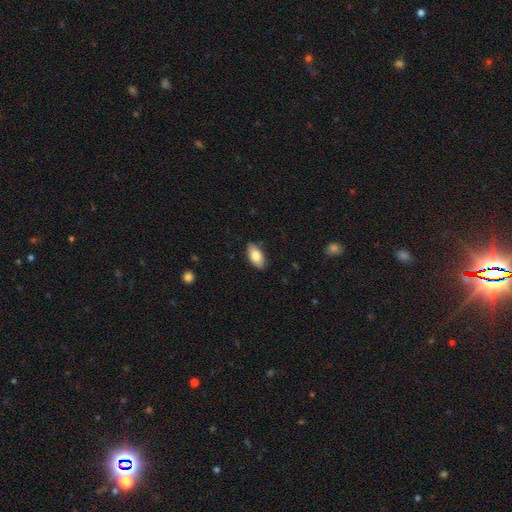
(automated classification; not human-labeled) Overall: smooth (80%). How rounded: in between (92%). Merging: none (87%).